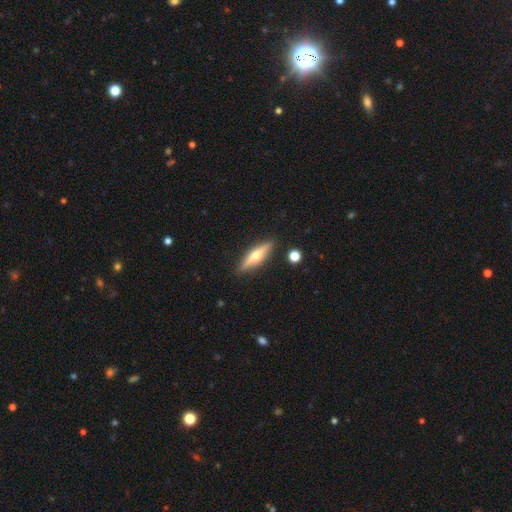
Smooth or featured? featured or disk (82%)
Edge-on disk? yes (97%)
Edge-on bulge? rounded (90%)
Merging? none (90%)